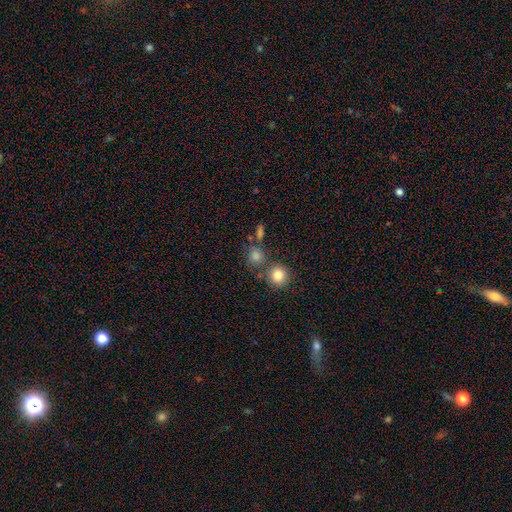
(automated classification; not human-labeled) This is likely a smooth galaxy (76%). How rounded: clearly round (84%). Merging: likely none (63%).